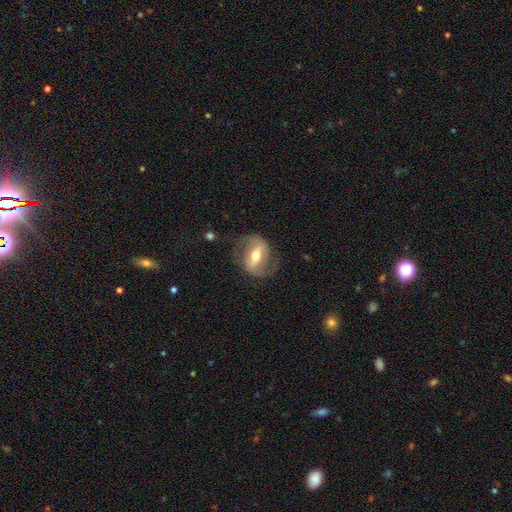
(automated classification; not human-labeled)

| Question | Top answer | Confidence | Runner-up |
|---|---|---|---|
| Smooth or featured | featured or disk | 73% | smooth (21%) |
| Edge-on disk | no | 93% | yes (7%) |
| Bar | strong | 53% | weak (34%) |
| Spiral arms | yes | 81% | no (19%) |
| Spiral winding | medium | 47% | loose (34%) |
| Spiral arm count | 2 | 87% | can't tell (7%) |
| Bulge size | moderate | 69% | small (18%) |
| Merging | none | 70% | minor disturbance (17%) |